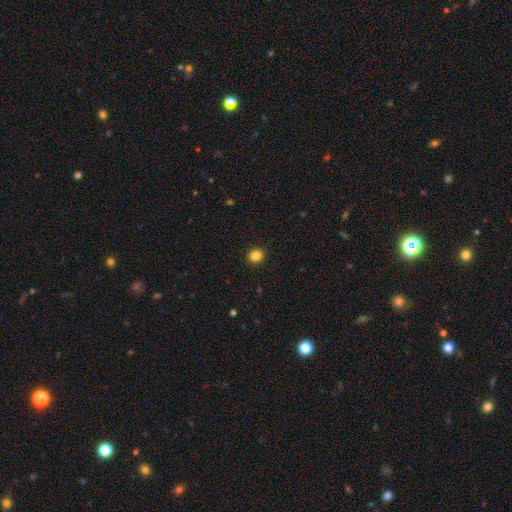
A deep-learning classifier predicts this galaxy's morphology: A smooth galaxy with no disk features (86%) that is round (78%).

Vote fractions:
- Smooth or featured? smooth: 86% / star or artifact: 11% / featured or disk: 3%
- How rounded? round: 78% / in between: 21% / cigar-shaped: 1%
- Merging? none: 91% / minor disturbance: 6% / major disturbance: 2% / merger: 1%